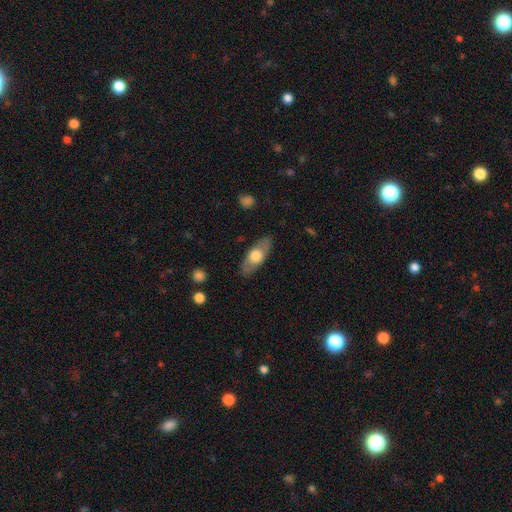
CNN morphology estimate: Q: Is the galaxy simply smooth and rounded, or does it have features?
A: smooth — 55%.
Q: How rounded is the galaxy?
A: in between — 76%.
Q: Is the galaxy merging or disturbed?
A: none — 84%.